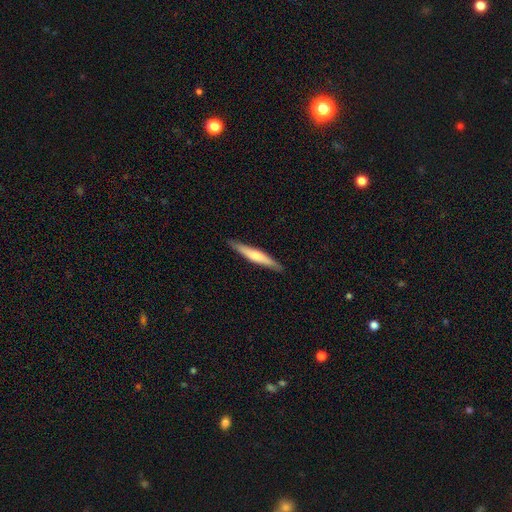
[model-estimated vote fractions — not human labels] smooth-or-featured: smooth: 50% | featured or disk: 45% | star or artifact: 5%
  how-rounded: cigar-shaped: 93% | in between: 6% | round: 1%
  merging: none: 90% | minor disturbance: 8% | major disturbance: 2% | merger: 1%